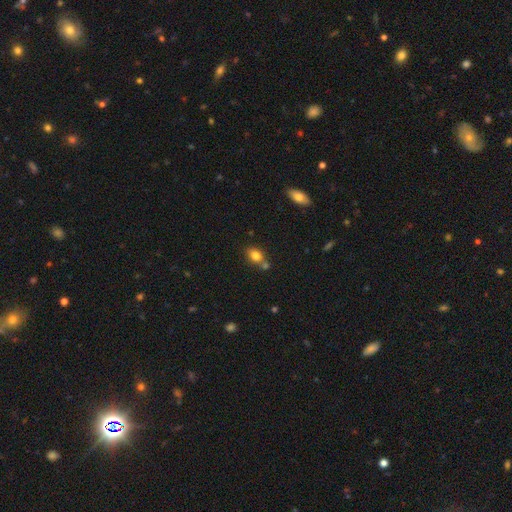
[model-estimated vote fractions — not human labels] A smooth galaxy with no disk features (81%) that is in between round and cigar-shaped (60%). Merging: none (58%).